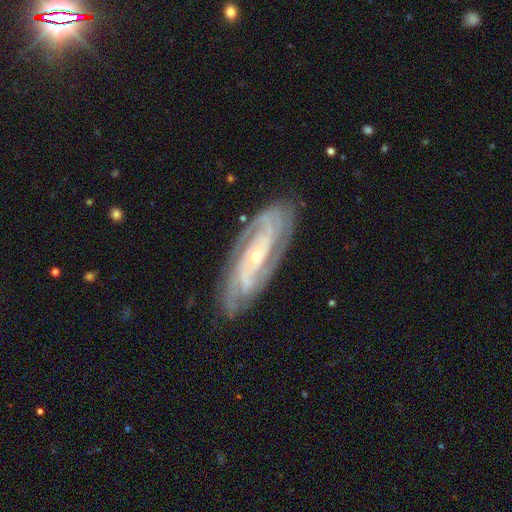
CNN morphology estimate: smooth-or-featured: featured or disk: 89% | smooth: 6% | star or artifact: 5%
  disk-edge-on: no: 91% | yes: 9%
    bar: no: 57% | weak: 27% | strong: 16%
    has-spiral-arms: yes: 97% | no: 3%
      spiral-winding: tight: 69% | medium: 26% | loose: 5%
      spiral-arm-count: 2: 28% | 3: 24% | can't tell: 22% | 4: 15% | more than 4: 6% | 1: 5%
    bulge-size: small: 71% | moderate: 26% | large: 1% | none: 1% | dominant: 1%
  merging: none: 82% | minor disturbance: 14% | major disturbance: 3% | merger: 1%